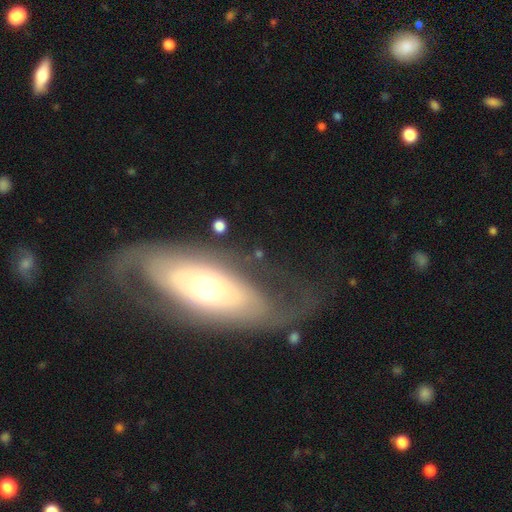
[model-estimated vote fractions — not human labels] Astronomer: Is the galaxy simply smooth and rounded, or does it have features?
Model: featured or disk — 70%.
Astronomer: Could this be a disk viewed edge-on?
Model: no — 85%.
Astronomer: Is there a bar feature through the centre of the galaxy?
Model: no — 78%.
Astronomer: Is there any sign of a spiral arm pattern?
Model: yes — 57% (runner-up: no, 43%).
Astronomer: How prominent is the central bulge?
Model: moderate — 60%.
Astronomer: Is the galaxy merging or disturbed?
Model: none — 61%.